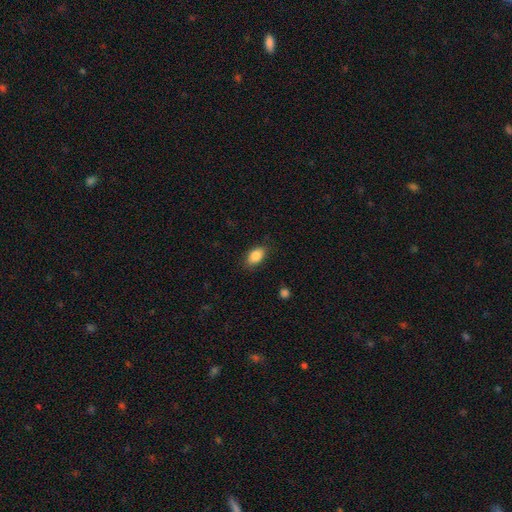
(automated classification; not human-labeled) smooth-or-featured: smooth: 86% | star or artifact: 8% | featured or disk: 6%
  how-rounded: in between: 89% | round: 9% | cigar-shaped: 3%
  merging: none: 83% | minor disturbance: 13% | major disturbance: 3% | merger: 1%